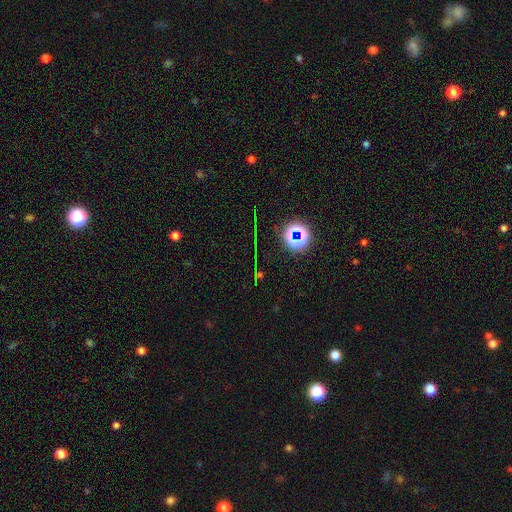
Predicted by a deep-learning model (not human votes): smooth-or-featured: star or artifact: 75% | smooth: 15% | featured or disk: 10%